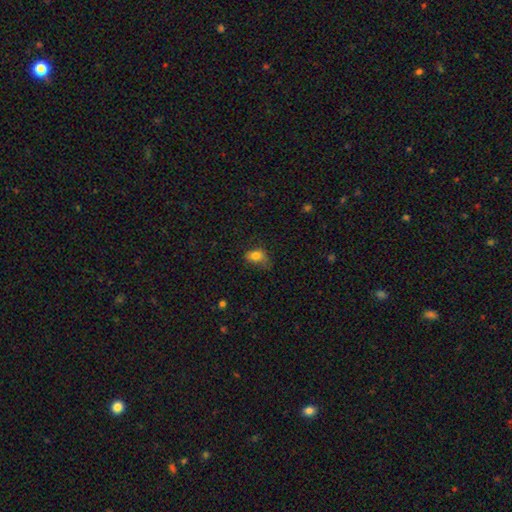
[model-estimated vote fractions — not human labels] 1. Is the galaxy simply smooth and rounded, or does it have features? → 80% smooth, 10% featured or disk, 10% star or artifact.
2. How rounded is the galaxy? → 80% in between, 18% round, 2% cigar-shaped.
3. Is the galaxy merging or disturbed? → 51% none, 33% minor disturbance, 14% major disturbance, 2% merger.